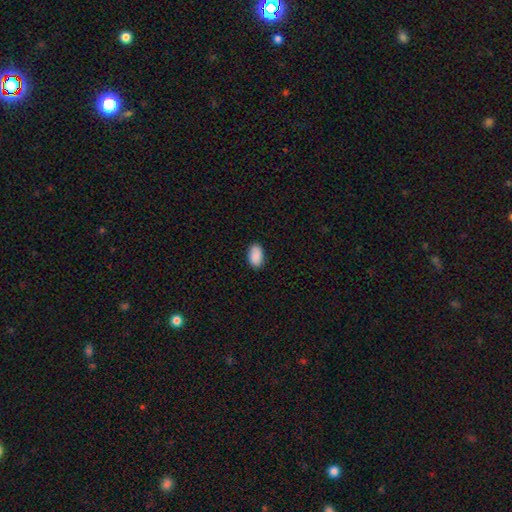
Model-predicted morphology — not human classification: Smooth or featured?
  - smooth: 90% *
  - star or artifact: 6%
  - featured or disk: 3%
How rounded?
  - in between: 93% *
  - round: 5%
  - cigar-shaped: 1%
Merging?
  - none: 87% *
  - minor disturbance: 10%
  - major disturbance: 2%
  - merger: 1%